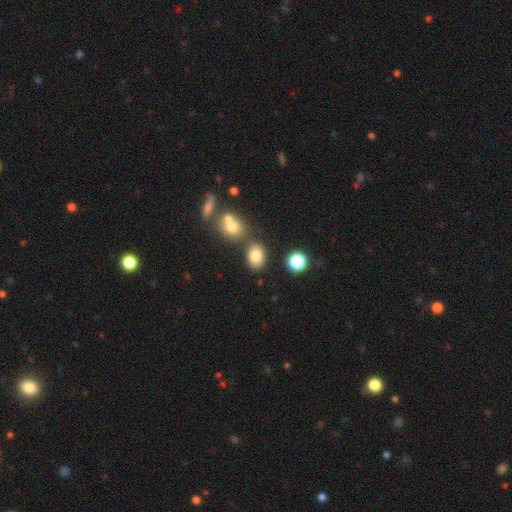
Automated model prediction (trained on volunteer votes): Smooth or featured: smooth — 80% (star or artifact — 12%)
How rounded: in between — 70% (round — 29%)
Merging: none — 69% (merger — 14%)